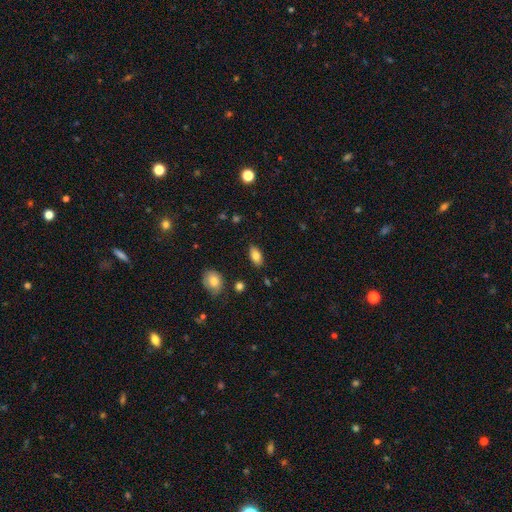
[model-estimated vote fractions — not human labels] The model was most divided on "merging": none: 85%, minor disturbance: 10%, major disturbance: 3%, merger: 2%. More confident: how rounded — in between (92%); smooth or featured — smooth (84%).